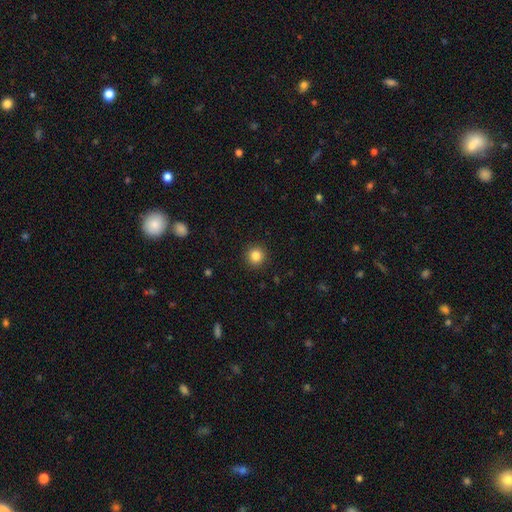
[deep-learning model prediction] This appears to be a smooth galaxy with no disk features (84%) that is round (93%). Merging: none (92%).